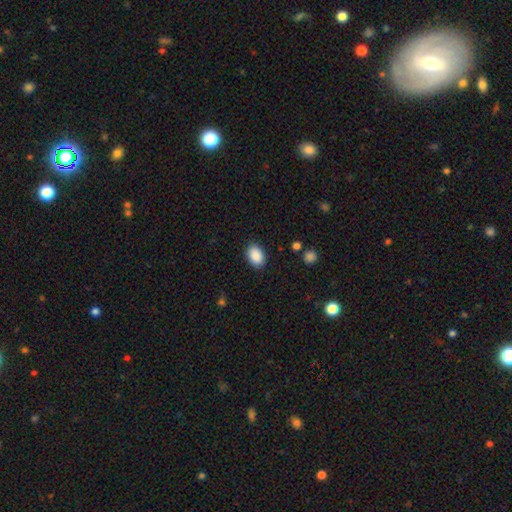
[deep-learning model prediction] This is clearly a smooth galaxy (89%). How rounded: clearly in between (83%). Merging: clearly none (87%).